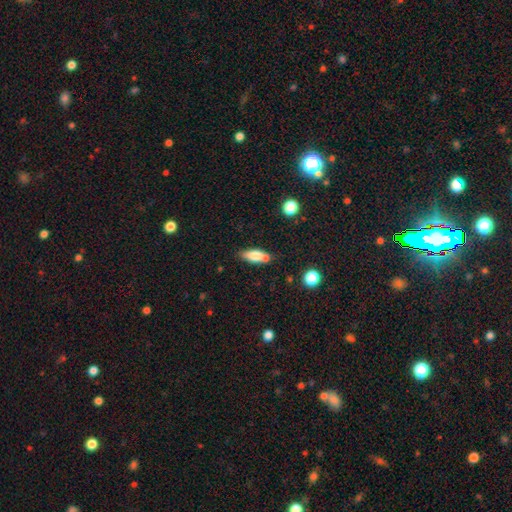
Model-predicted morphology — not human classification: type=smooth (73%); roundness=in between (69%); merging=none (64%).